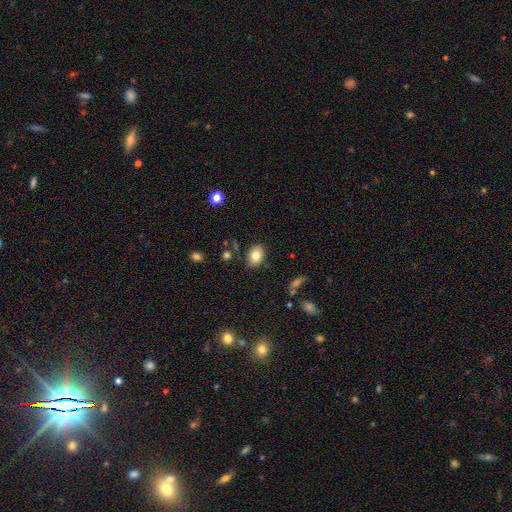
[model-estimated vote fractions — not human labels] This is clearly a smooth galaxy (81%). How rounded: clearly in between (82%). Merging: clearly none (83%).